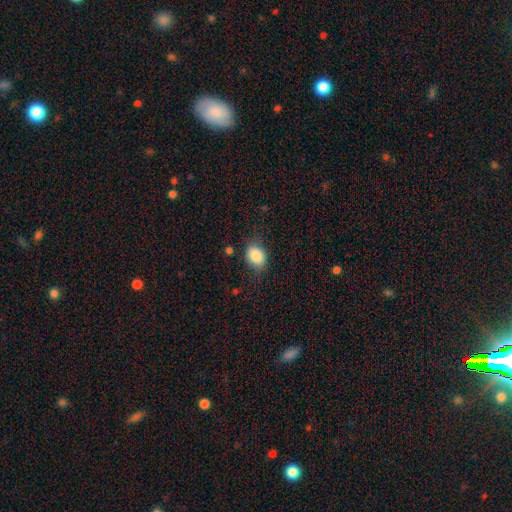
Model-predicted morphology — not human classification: The model was most divided on "how rounded": in between: 60%, round: 39%, cigar-shaped: 1%. More confident: smooth or featured — smooth (85%); merging — none (75%).